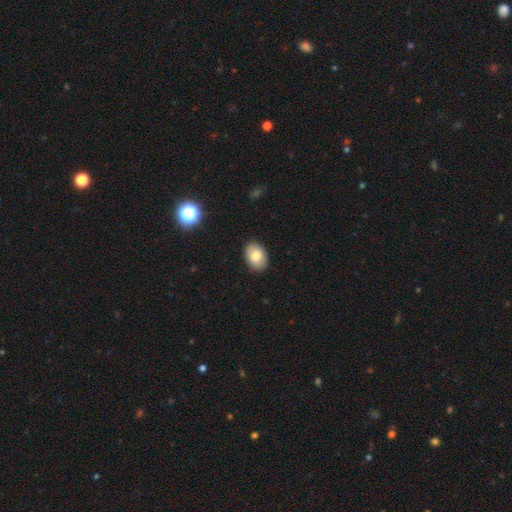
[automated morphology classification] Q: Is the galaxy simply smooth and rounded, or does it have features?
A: smooth — 78%.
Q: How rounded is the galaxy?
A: in between — 83%.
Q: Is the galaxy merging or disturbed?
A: none — 87%.